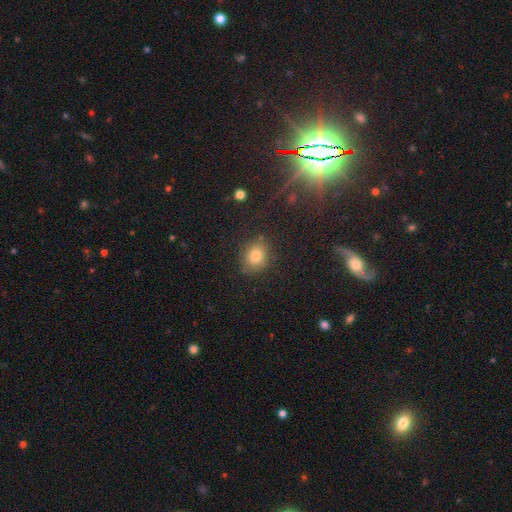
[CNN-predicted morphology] type=smooth (78%); roundness=round (74%); merging=none (85%).